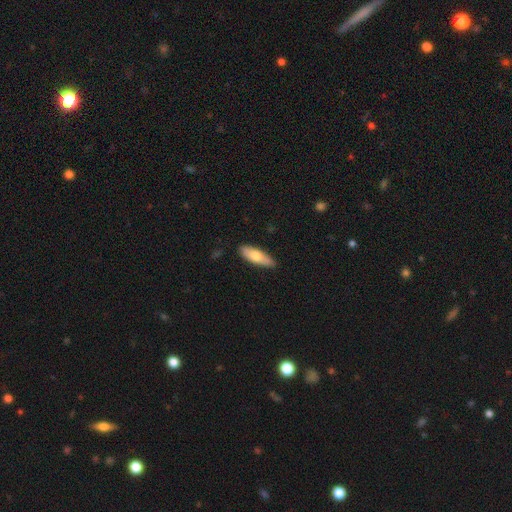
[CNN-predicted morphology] A smooth galaxy with no disk features (69%) that is in between round and cigar-shaped (59%).

Vote fractions:
- Smooth or featured? smooth: 69% / featured or disk: 25% / star or artifact: 6%
- How rounded? in between: 59% / cigar-shaped: 39% / round: 2%
- Merging? none: 82% / minor disturbance: 14% / major disturbance: 2% / merger: 1%